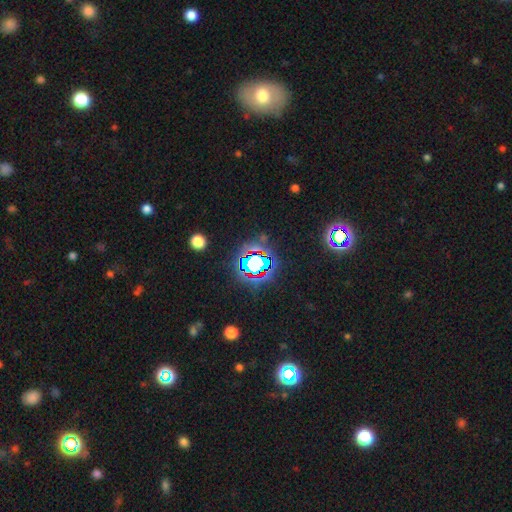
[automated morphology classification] Q: Smooth or featured?
A: star or artifact (68%); runner-up: smooth (19%)